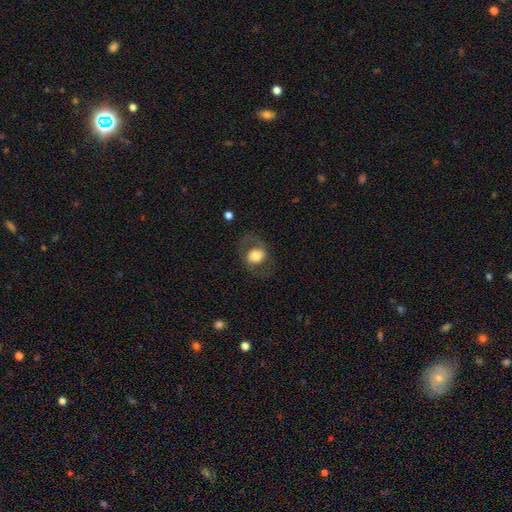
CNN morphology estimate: Smooth or featured?
  - smooth: 57% *
  - featured or disk: 36%
  - star or artifact: 8%
How rounded?
  - round: 59% *
  - in between: 40%
  - cigar-shaped: 1%
Merging?
  - none: 70% *
  - major disturbance: 14%
  - minor disturbance: 14%
  - merger: 1%